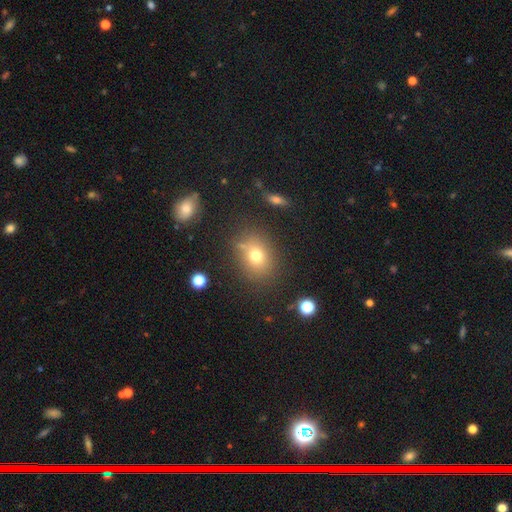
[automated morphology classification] Smooth or featured: smooth — 72% (star or artifact — 16%)
How rounded: round — 50% (in between — 48%)
Merging: none — 76% (minor disturbance — 13%)